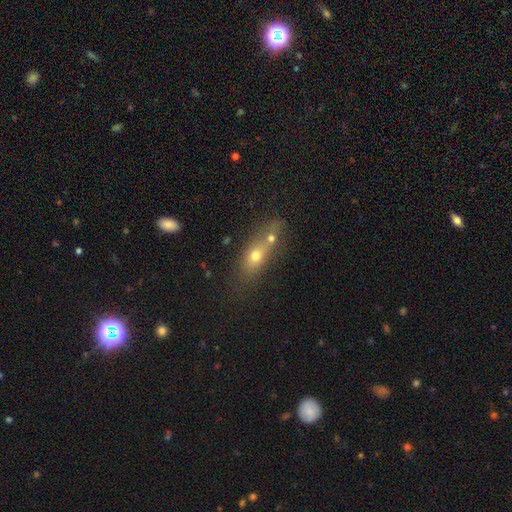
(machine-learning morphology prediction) Smooth or featured: smooth — 63% (featured or disk — 24%)
How rounded: in between — 57% (round — 26%)
Merging: merger — 54% (none — 31%)